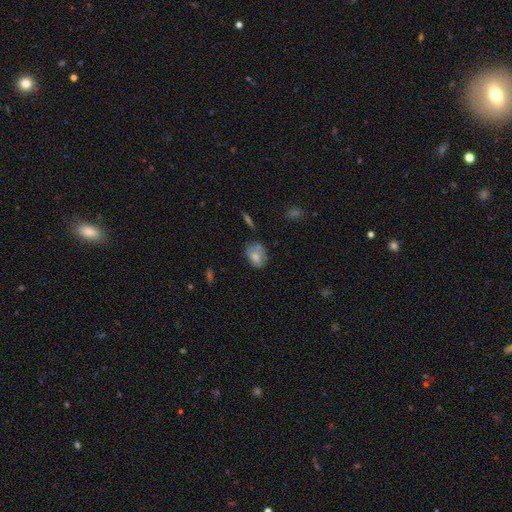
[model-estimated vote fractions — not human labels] smooth 65%, featured or disk 27%, star or artifact 8%. Down the decision tree: how rounded — in between (71%); merging — none (56%).